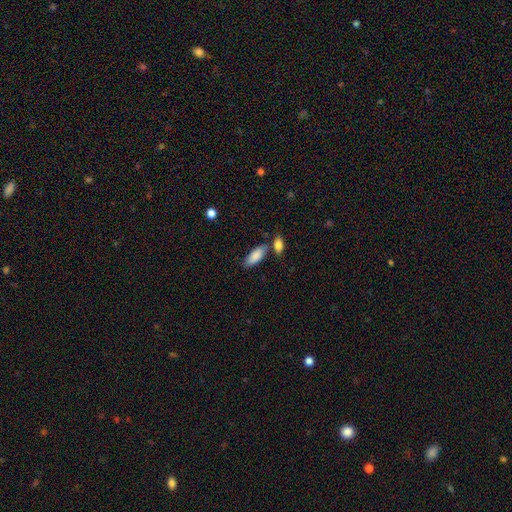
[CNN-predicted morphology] smooth-or-featured: smooth: 86% | featured or disk: 8% | star or artifact: 6%
  how-rounded: in between: 82% | cigar-shaped: 16% | round: 2%
  merging: none: 65% | merger: 18% | minor disturbance: 14% | major disturbance: 3%